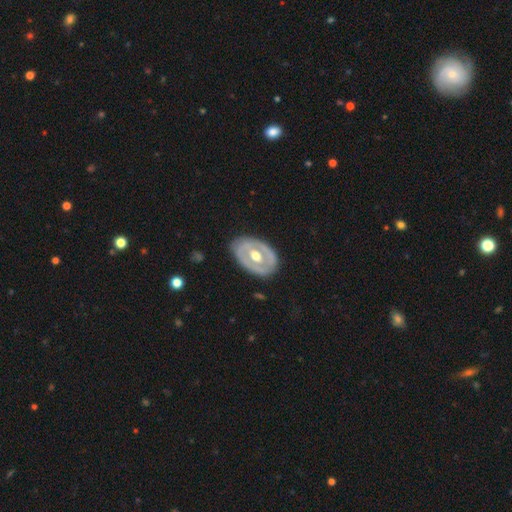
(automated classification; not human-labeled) A featured or disk galaxy (66%) with no bar (61%), no spiral arms (77%) and a moderate central bulge (75%).

Vote fractions:
- Smooth or featured? featured or disk: 66% / smooth: 30% / star or artifact: 5%
- Edge-on disk? no: 91% / yes: 9%
- Bar? no: 61% / weak: 26% / strong: 13%
- Spiral arms? no: 77% / yes: 23%
- Bulge size? moderate: 75% / large: 15% / small: 7% / dominant: 1% / none: 1%
- Merging? none: 78% / minor disturbance: 16% / major disturbance: 4% / merger: 1%